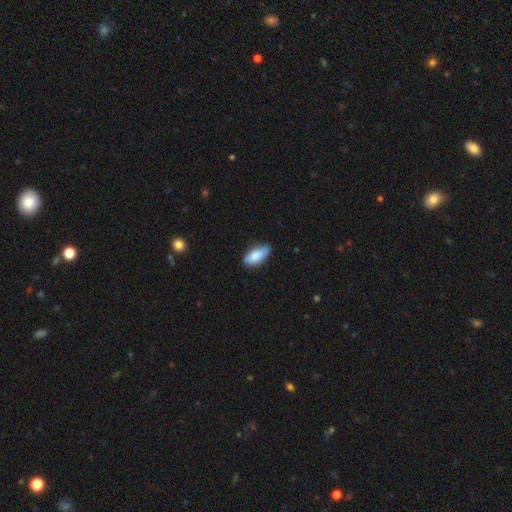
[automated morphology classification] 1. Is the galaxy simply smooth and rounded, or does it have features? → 83% smooth, 11% featured or disk, 6% star or artifact.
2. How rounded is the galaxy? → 84% in between, 13% cigar-shaped, 2% round.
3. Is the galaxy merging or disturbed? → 75% none, 21% minor disturbance, 3% major disturbance, 1% merger.